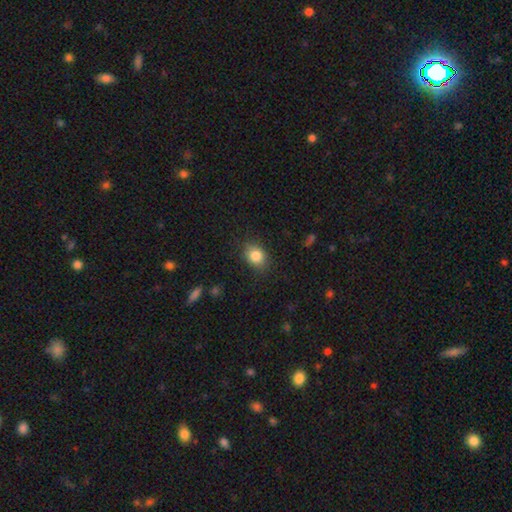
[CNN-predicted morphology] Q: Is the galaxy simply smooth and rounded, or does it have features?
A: smooth — 83%.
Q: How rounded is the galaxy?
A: in between — 58%.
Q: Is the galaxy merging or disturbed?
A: none — 83%.